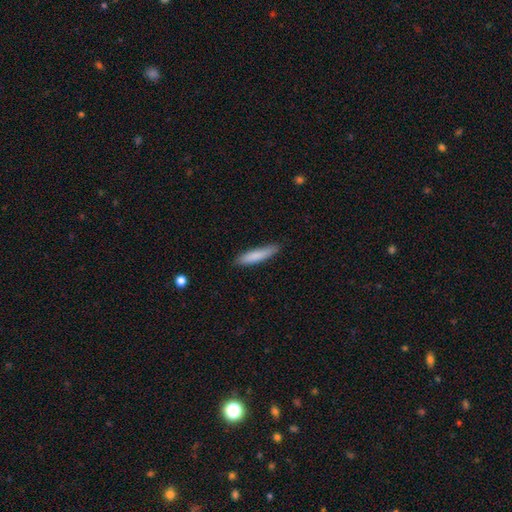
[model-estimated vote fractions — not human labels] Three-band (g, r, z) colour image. It shows a smooth galaxy with no disk features (83%) that is cigar-shaped (83%). Merging: none (85%).